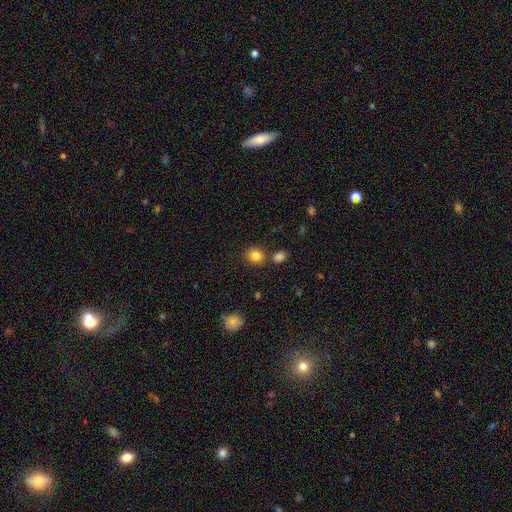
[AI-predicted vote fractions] Smooth or featured? smooth (84%)
How rounded? round (79%)
Merging? none (77%)